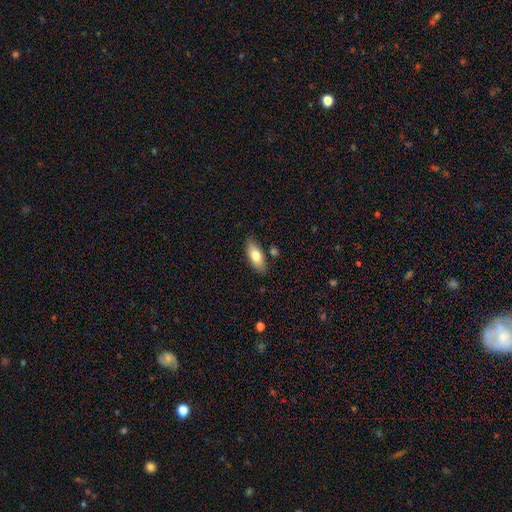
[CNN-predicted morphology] The model was most divided on "smooth or featured": smooth: 75%, featured or disk: 18%, star or artifact: 6%. More confident: merging — none (83%); how rounded — in between (80%).